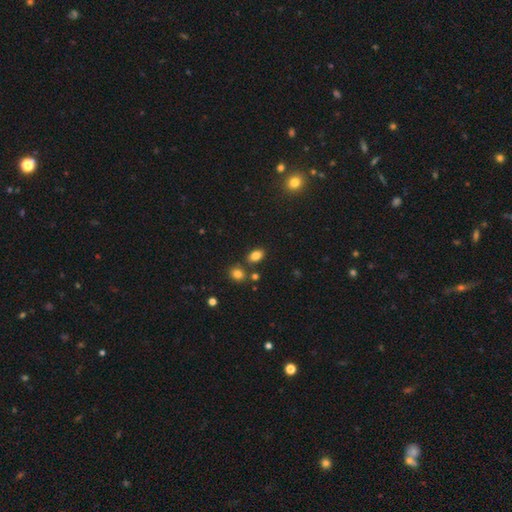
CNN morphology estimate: Smooth or featured? Predicted: smooth (p=0.83). How rounded? Predicted: in between (p=0.85). Merging? Predicted: none (p=0.77).